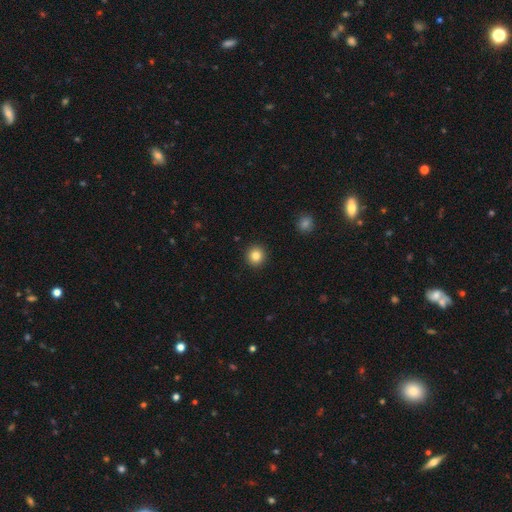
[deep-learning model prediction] Smooth or featured? Predicted: smooth (p=0.84). How rounded? Predicted: round (p=0.94). Merging? Predicted: none (p=0.93).